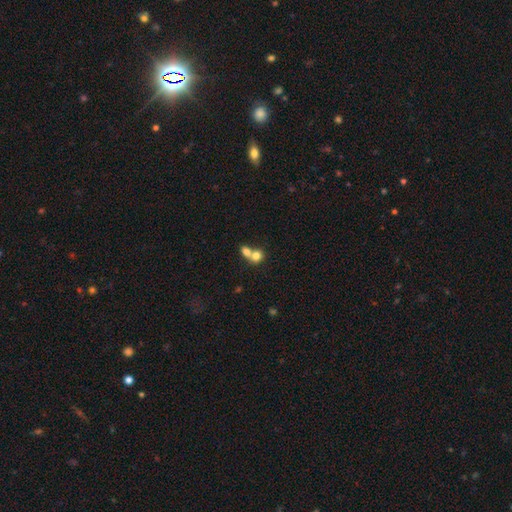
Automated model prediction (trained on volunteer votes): smooth-or-featured: smooth: 76% | featured or disk: 15% | star or artifact: 9%
  how-rounded: round: 68% | in between: 31% | cigar-shaped: 1%
  merging: merger: 70% | none: 23% | minor disturbance: 5% | major disturbance: 3%